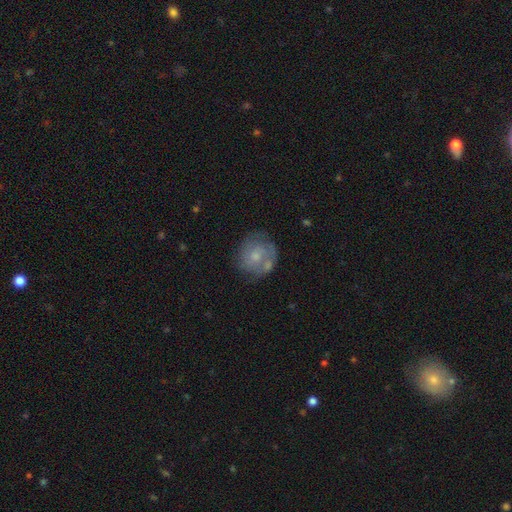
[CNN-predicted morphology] featured or disk 46% (tied), smooth 46% (tied), star or artifact 8%. Down the decision tree: merging — none (59%).